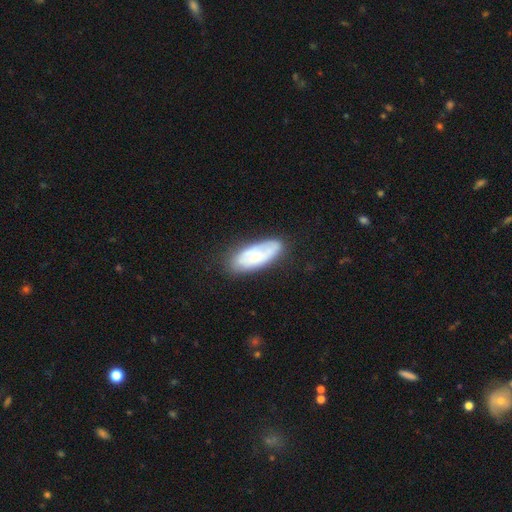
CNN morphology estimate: Overall: smooth (49%; featured or disk 44%). Merging: none (75%).